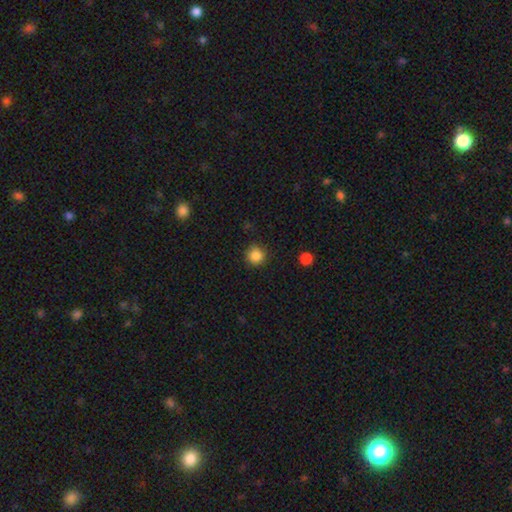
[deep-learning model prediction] A smooth galaxy with no disk features (86%) that is round (94%). Merging: none (87%).